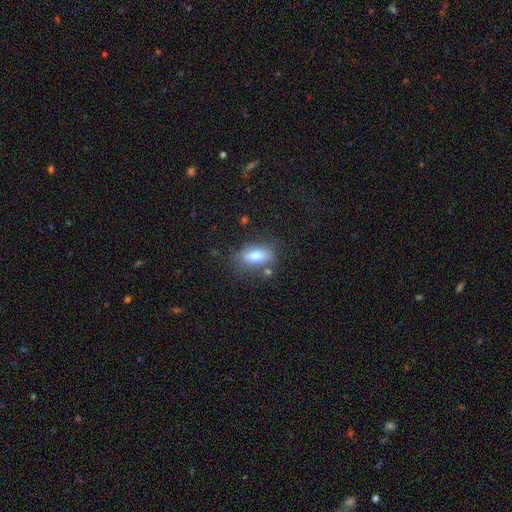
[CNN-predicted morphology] A smooth galaxy with no disk features (72%) that is in between round and cigar-shaped (82%).

Vote fractions:
- Smooth or featured? smooth: 72% / featured or disk: 20% / star or artifact: 8%
- How rounded? in between: 82% / round: 10% / cigar-shaped: 9%
- Merging? none: 71% / minor disturbance: 17% / merger: 6% / major disturbance: 6%